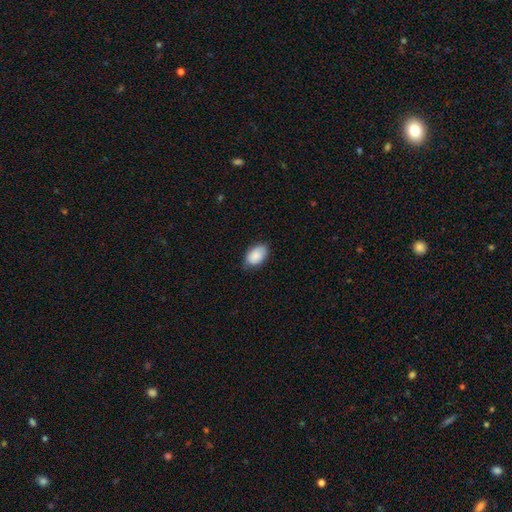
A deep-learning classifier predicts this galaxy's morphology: smooth-or-featured: smooth: 86% | featured or disk: 7% | star or artifact: 6%
  how-rounded: in between: 91% | round: 8% | cigar-shaped: 1%
  merging: none: 74% | minor disturbance: 22% | major disturbance: 3% | merger: 1%